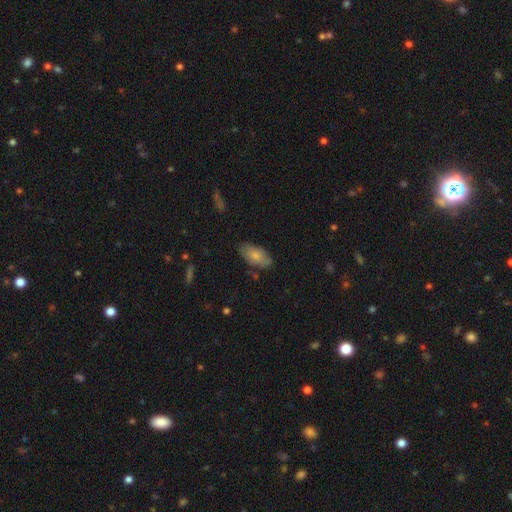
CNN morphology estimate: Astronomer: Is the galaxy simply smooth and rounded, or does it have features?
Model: smooth — 78%.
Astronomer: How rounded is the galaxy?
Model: in between — 92%.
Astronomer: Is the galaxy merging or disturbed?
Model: none — 78%.